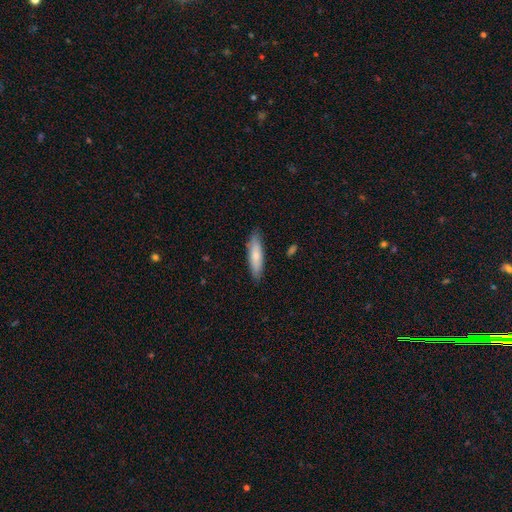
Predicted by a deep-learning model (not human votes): smooth 75%, featured or disk 19%, star or artifact 5%. Down the decision tree: how rounded — cigar-shaped (64%); merging — none (85%).